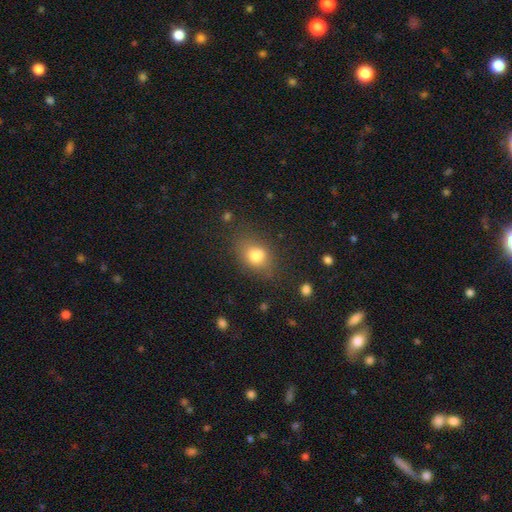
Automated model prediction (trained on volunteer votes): This is likely a smooth galaxy (79%). How rounded: likely in between (60%). Merging: likely none (68%).